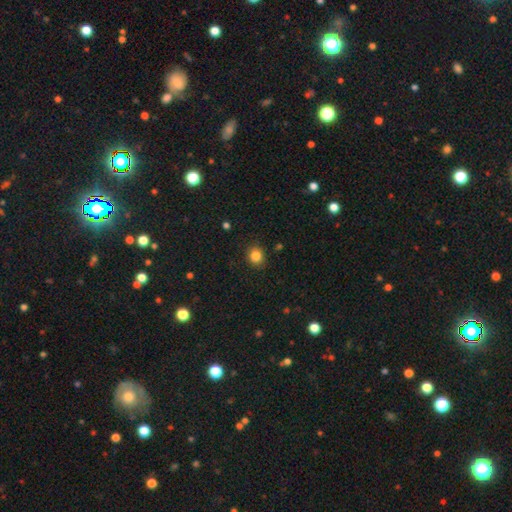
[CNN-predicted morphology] smooth 84%, star or artifact 11%, featured or disk 5%. Down the decision tree: how rounded — round (80%); merging — none (89%).